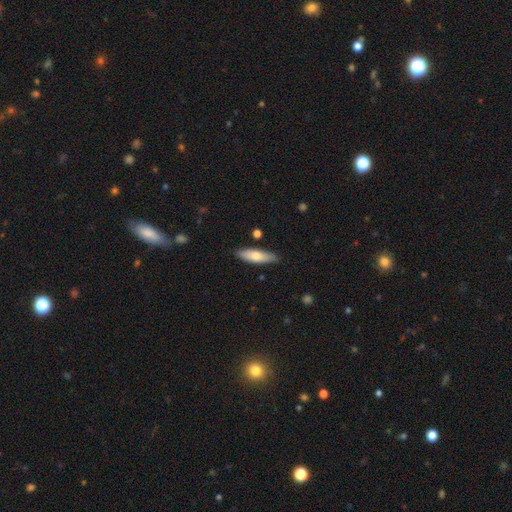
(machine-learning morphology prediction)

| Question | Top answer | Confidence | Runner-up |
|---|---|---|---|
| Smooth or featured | smooth | 67% | featured or disk (27%) |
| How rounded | cigar-shaped | 55% | in between (43%) |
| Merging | none | 86% | minor disturbance (10%) |